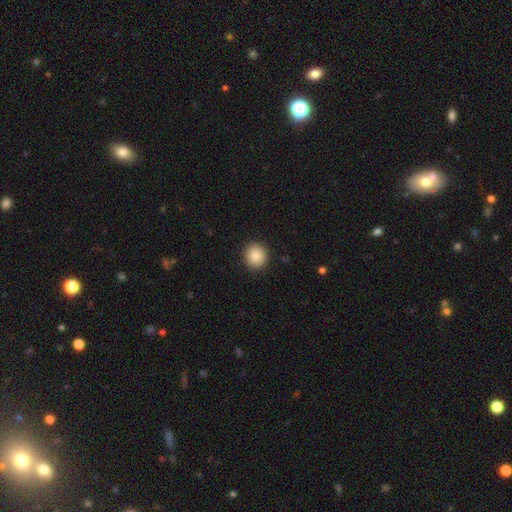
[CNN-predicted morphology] Q: Smooth or featured?
A: smooth (88%); runner-up: star or artifact (8%)
Q: How rounded?
A: round (91%); runner-up: in between (8%)
Q: Merging?
A: none (92%); runner-up: minor disturbance (6%)